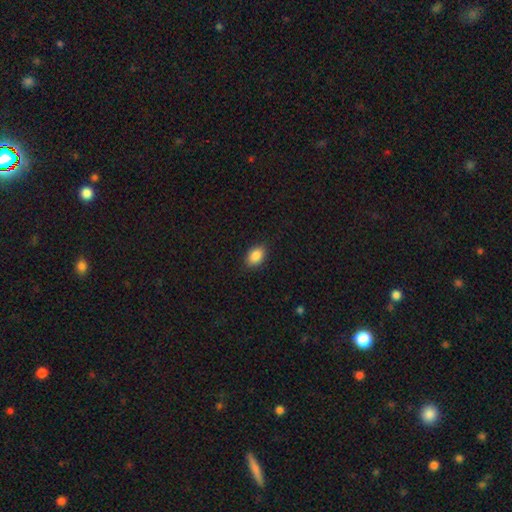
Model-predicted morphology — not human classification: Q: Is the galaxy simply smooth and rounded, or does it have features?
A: smooth — 88%.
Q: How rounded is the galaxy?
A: in between — 84%.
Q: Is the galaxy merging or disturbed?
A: none — 86%.